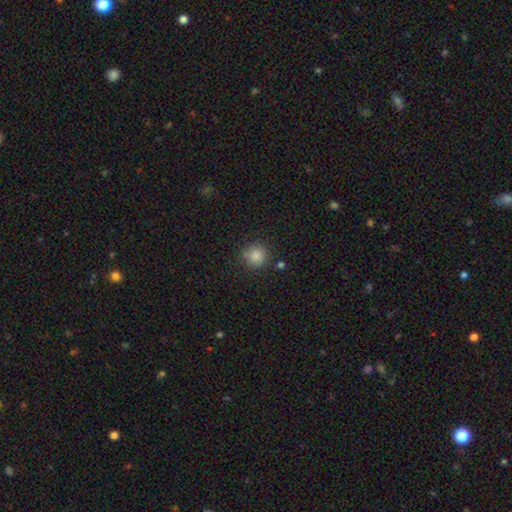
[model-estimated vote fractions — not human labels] Q: Smooth or featured?
A: smooth (84%); runner-up: star or artifact (12%)
Q: How rounded?
A: round (93%); runner-up: in between (6%)
Q: Merging?
A: none (84%); runner-up: minor disturbance (9%)